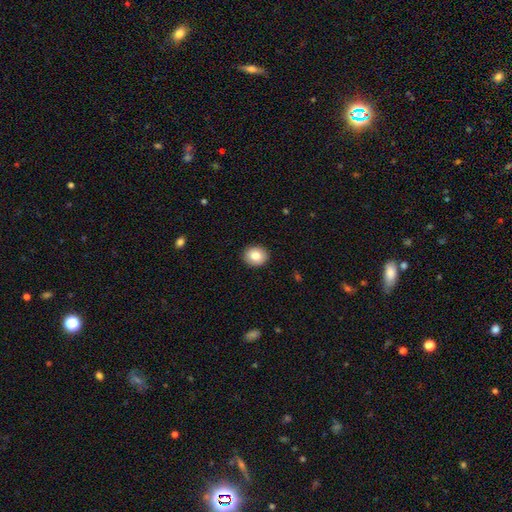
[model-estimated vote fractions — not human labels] This appears to be a smooth galaxy with no disk features (82%) that is round (77%). Merging: none (92%).